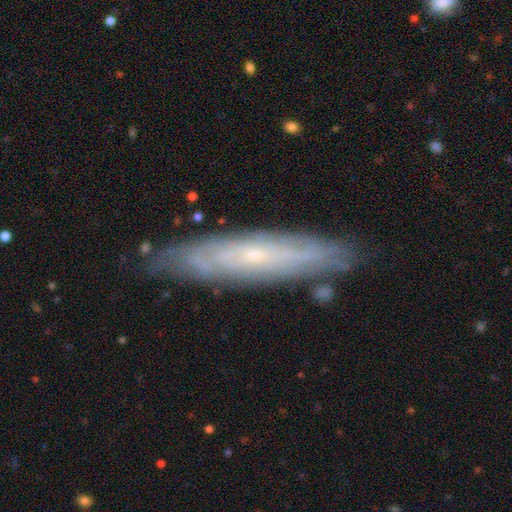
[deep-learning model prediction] A featured or disk galaxy (72%).

Vote fractions:
- Smooth or featured? featured or disk: 72% / smooth: 21% / star or artifact: 7%
- Edge-on disk? no: 58% / yes: 42%
- Merging? none: 83% / minor disturbance: 13% / major disturbance: 3% / merger: 2%